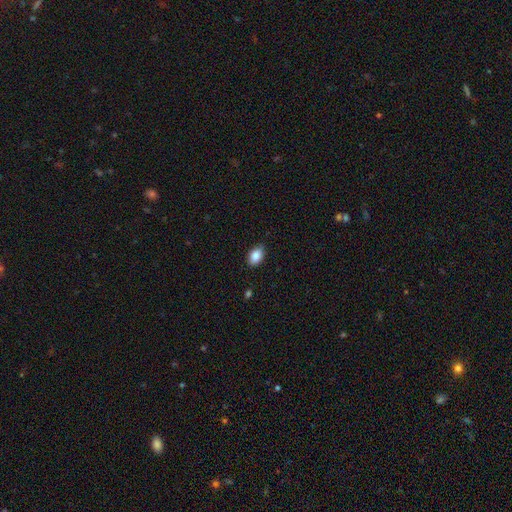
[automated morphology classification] smooth_or_featured: smooth (p=0.86) [alt: star or artifact p=0.08]
how_rounded: in between (p=0.87) [alt: round p=0.12]
merging: none (p=0.84) [alt: minor disturbance p=0.13]